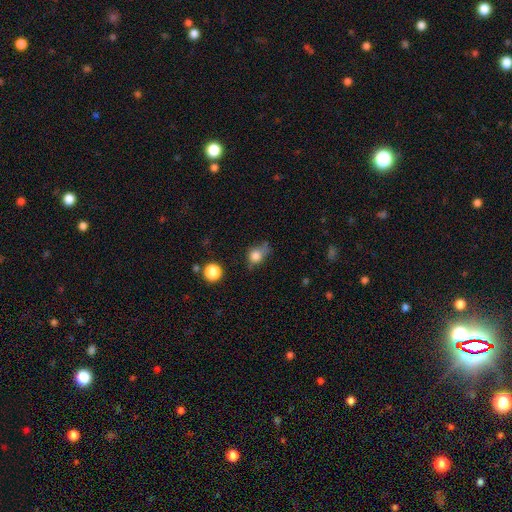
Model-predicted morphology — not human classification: A smooth galaxy with no disk features (76%) that is round (55%).

Vote fractions:
- Smooth or featured? smooth: 76% / featured or disk: 12% / star or artifact: 12%
- How rounded? round: 55% / in between: 42% / cigar-shaped: 2%
- Merging? none: 40% / minor disturbance: 35% / major disturbance: 19% / merger: 6%